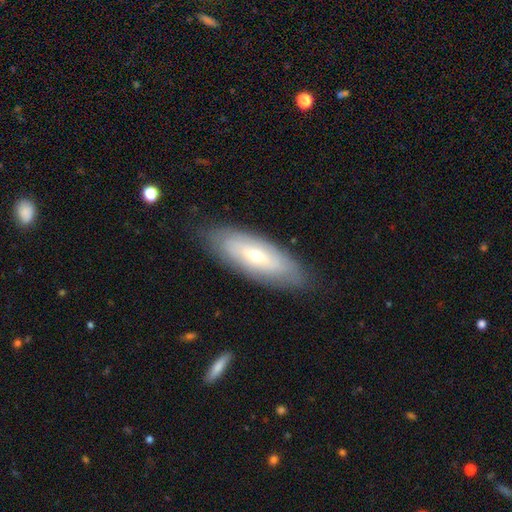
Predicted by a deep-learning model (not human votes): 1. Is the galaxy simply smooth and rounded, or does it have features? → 48% featured or disk, 45% smooth, 7% star or artifact.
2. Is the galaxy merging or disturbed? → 82% none, 13% minor disturbance, 4% major disturbance, 1% merger.